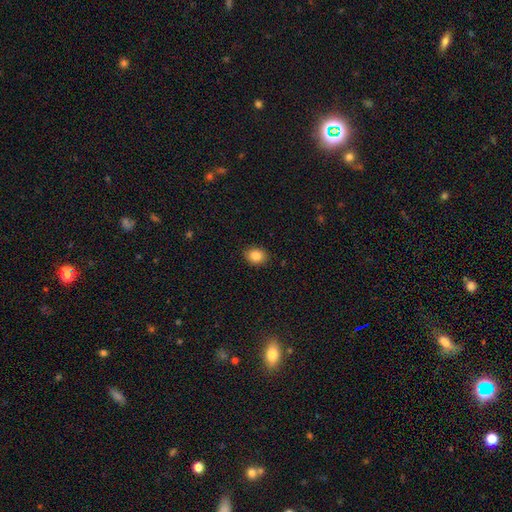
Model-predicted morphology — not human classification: Q: Smooth or featured?
A: smooth (85%); runner-up: star or artifact (9%)
Q: How rounded?
A: in between (53%); runner-up: round (46%)
Q: Merging?
A: none (89%); runner-up: minor disturbance (8%)